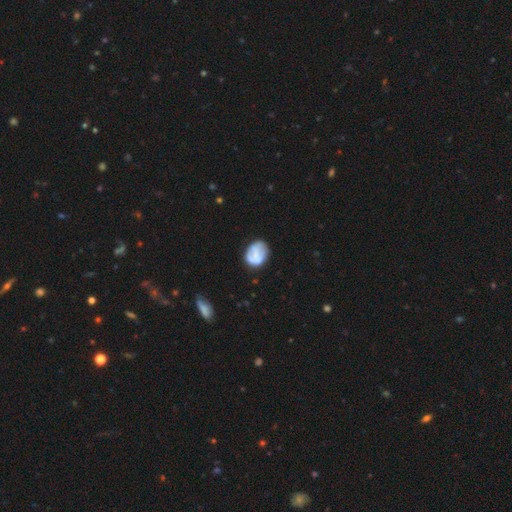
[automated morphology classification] smooth 52%, featured or disk 39%, star or artifact 9%. Down the decision tree: how rounded — in between (61%); merging — none (57%).